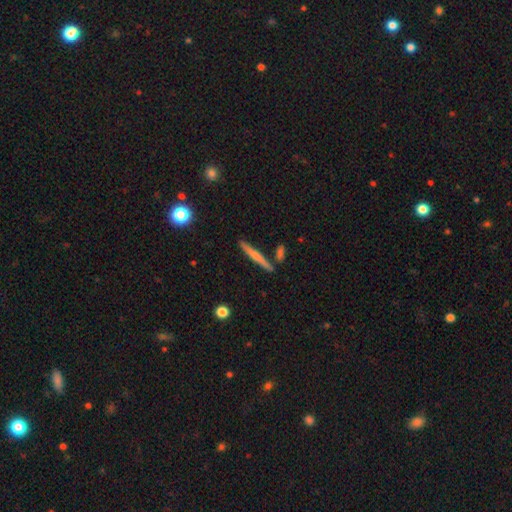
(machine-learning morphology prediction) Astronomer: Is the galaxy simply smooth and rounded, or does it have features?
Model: featured or disk — 54% (runner-up: smooth, 39%).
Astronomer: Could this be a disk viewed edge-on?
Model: yes — 97%.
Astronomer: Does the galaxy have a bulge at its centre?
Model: rounded — 62%.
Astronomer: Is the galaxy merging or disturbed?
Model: none — 85%.